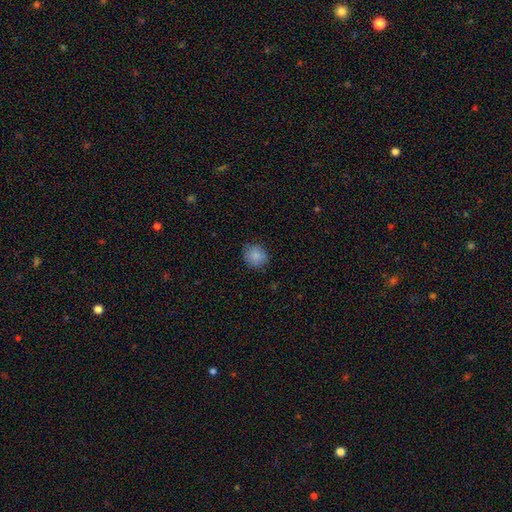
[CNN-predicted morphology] The model was most divided on "how rounded": round: 82%, in between: 17%, cigar-shaped: 1%. More confident: smooth or featured — smooth (87%); merging — none (86%).